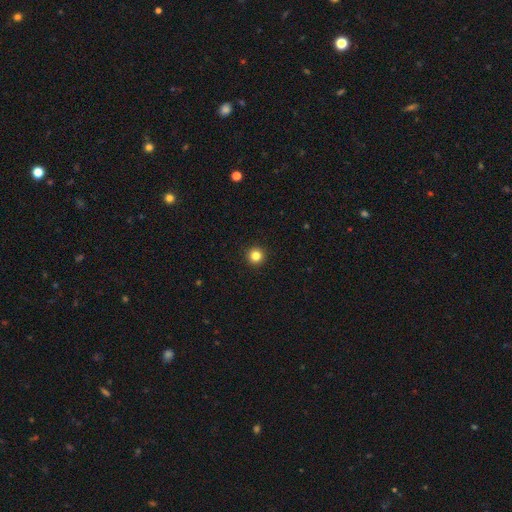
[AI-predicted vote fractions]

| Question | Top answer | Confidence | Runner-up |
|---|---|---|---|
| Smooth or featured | smooth | 83% | star or artifact (12%) |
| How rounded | round | 96% | in between (3%) |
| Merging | none | 94% | minor disturbance (4%) |